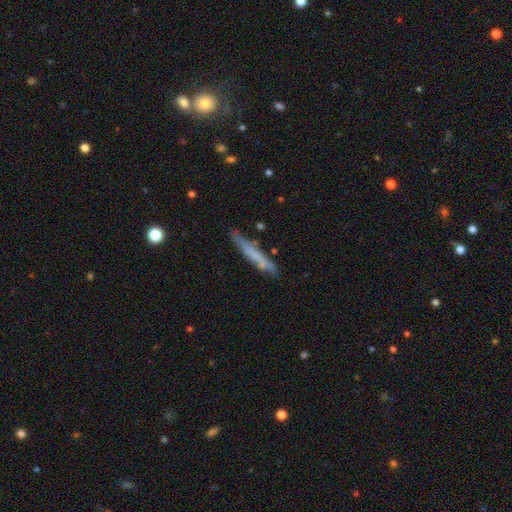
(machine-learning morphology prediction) A smooth galaxy with no disk features (53%) that is cigar-shaped (94%).

Vote fractions:
- Smooth or featured? smooth: 53% / featured or disk: 40% / star or artifact: 7%
- How rounded? cigar-shaped: 94% / in between: 5% / round: 1%
- Merging? none: 72% / minor disturbance: 20% / major disturbance: 4% / merger: 4%